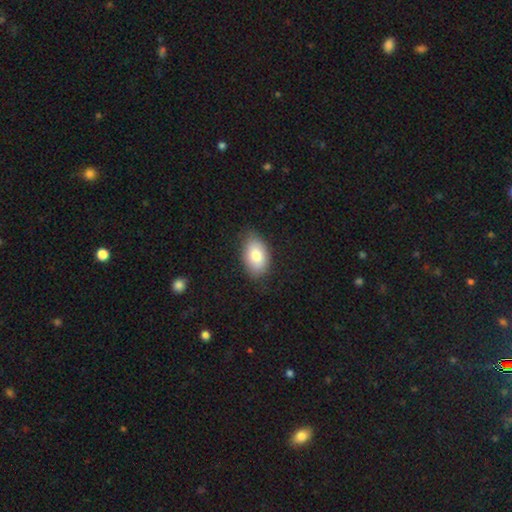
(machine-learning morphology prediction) type=smooth (80%); roundness=in between (91%); merging=none (80%).